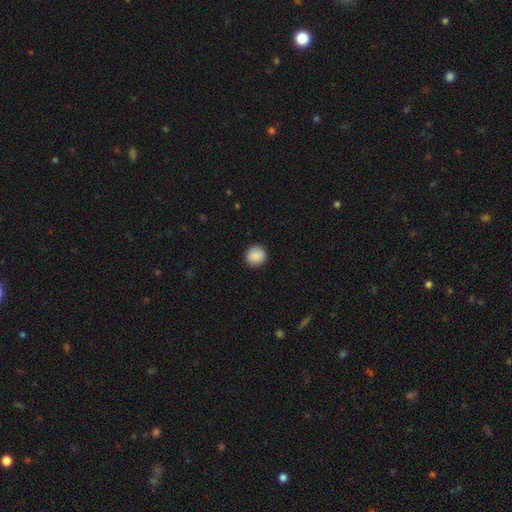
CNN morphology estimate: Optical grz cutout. It shows a smooth galaxy with no disk features (89%) that is round (93%). Merging: none (92%).